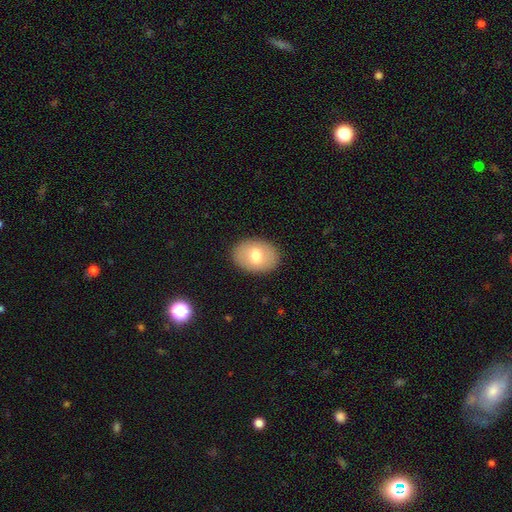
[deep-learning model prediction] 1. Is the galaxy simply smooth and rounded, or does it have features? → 72% smooth, 21% featured or disk, 7% star or artifact.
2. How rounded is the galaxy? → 79% in between, 20% round, 1% cigar-shaped.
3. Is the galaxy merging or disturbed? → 89% none, 8% minor disturbance, 2% major disturbance, 1% merger.